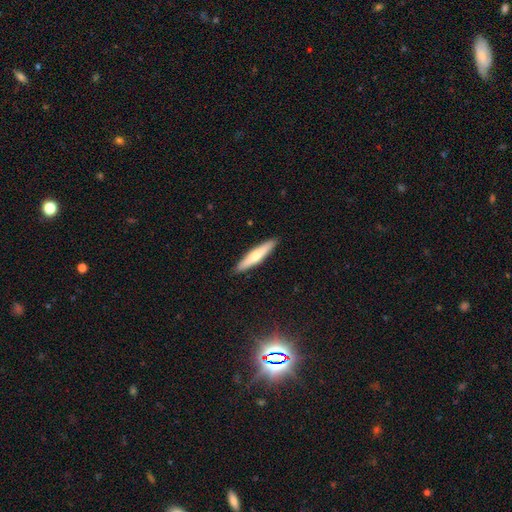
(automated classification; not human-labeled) smooth_or_featured: smooth (p=0.57) [alt: featured or disk p=0.37]
how_rounded: cigar-shaped (p=0.88) [alt: in between p=0.11]
merging: none (p=0.91) [alt: minor disturbance p=0.07]